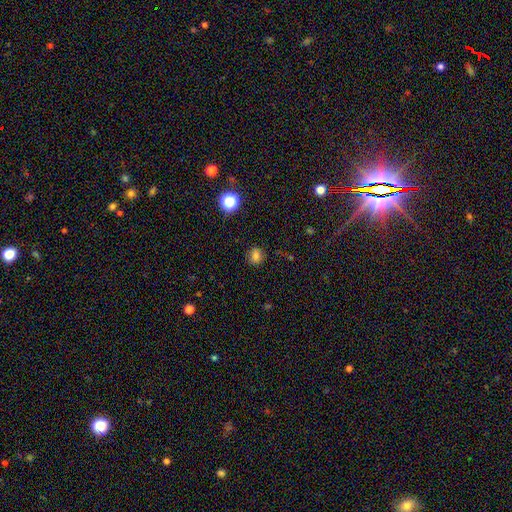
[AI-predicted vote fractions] smooth_or_featured: smooth (p=0.75) [alt: star or artifact p=0.17]
how_rounded: round (p=0.62) [alt: in between p=0.36]
merging: none (p=0.84) [alt: minor disturbance p=0.12]